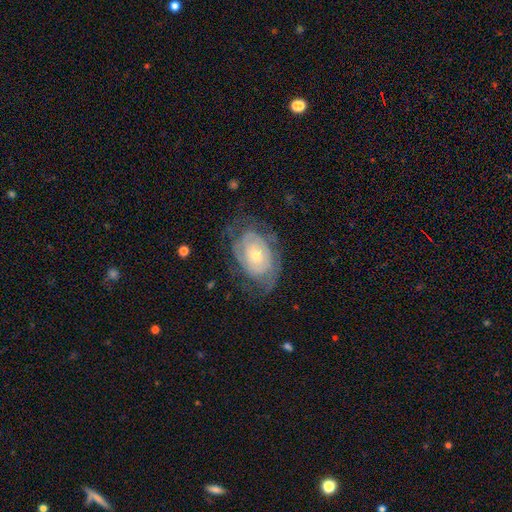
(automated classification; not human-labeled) smooth-or-featured: featured or disk: 75% | smooth: 19% | star or artifact: 6%
  disk-edge-on: no: 95% | yes: 5%
    bar: no: 79% | weak: 18% | strong: 4%
    has-spiral-arms: yes: 82% | no: 18%
      spiral-winding: tight: 66% | medium: 24% | loose: 9%
      spiral-arm-count: can't tell: 49% | 2: 29% | 3: 9% | 1: 5% | 4: 4% | more than 4: 3%
    bulge-size: small: 55% | moderate: 40% | large: 3% | none: 1% | dominant: 1%
  merging: none: 62% | minor disturbance: 22% | major disturbance: 15% | merger: 1%